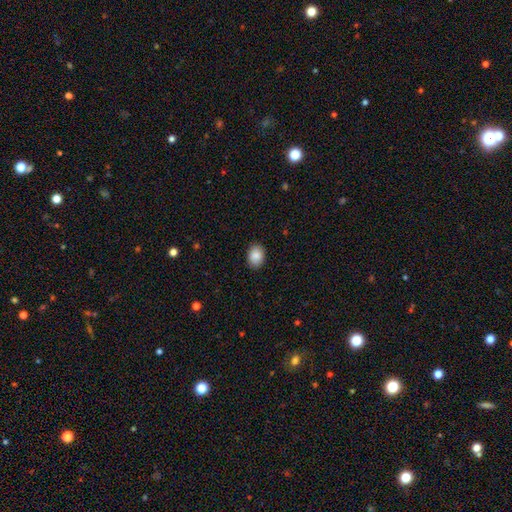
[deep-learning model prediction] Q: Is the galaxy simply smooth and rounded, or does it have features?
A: smooth — 89%.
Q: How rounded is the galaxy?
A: in between — 73%.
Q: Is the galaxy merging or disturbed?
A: none — 89%.